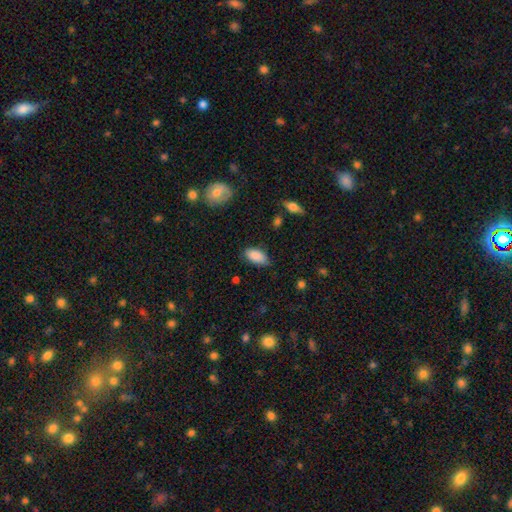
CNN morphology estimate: Q: Smooth or featured?
A: smooth (87%); runner-up: star or artifact (7%)
Q: How rounded?
A: in between (92%); runner-up: cigar-shaped (5%)
Q: Merging?
A: none (73%); runner-up: minor disturbance (21%)